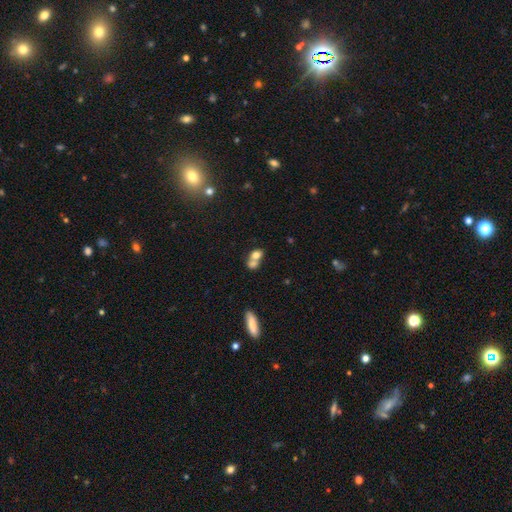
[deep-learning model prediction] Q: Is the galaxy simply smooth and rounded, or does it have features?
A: smooth — 73%.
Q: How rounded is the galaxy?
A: in between — 58%.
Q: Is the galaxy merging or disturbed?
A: merger — 66%.